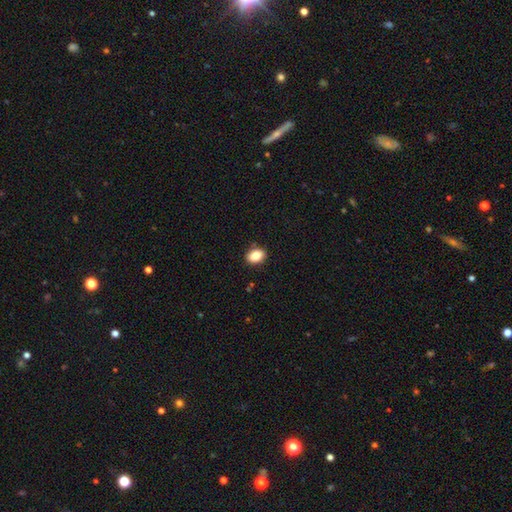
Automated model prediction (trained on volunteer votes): Overall: smooth (86%). How rounded: in between (75%). Merging: none (87%).